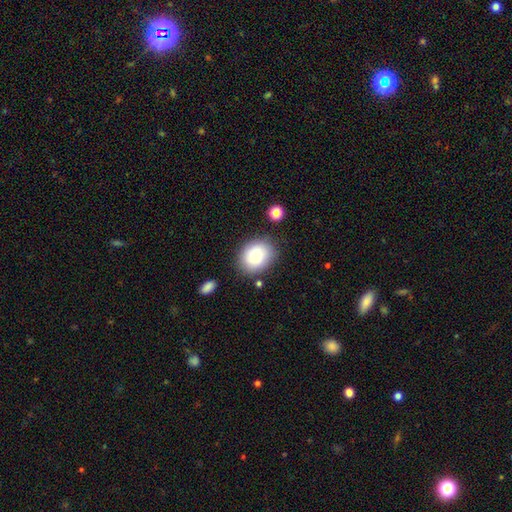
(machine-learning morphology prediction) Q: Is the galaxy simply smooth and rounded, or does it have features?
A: smooth — 84%.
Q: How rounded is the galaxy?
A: in between — 54%.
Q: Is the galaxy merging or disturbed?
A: none — 79%.